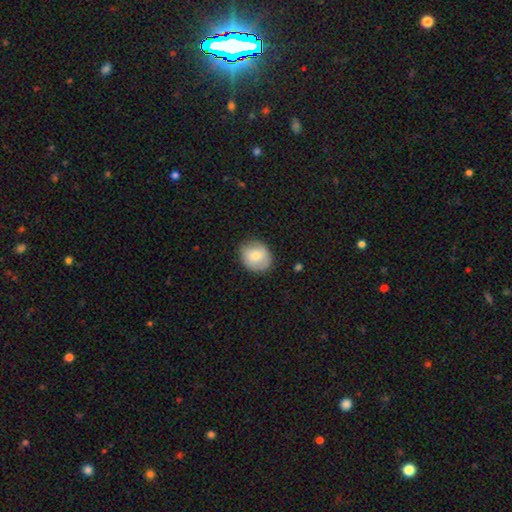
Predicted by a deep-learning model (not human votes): smooth 73%, featured or disk 20%, star or artifact 7%. Down the decision tree: how rounded — round (65%); merging — none (81%).